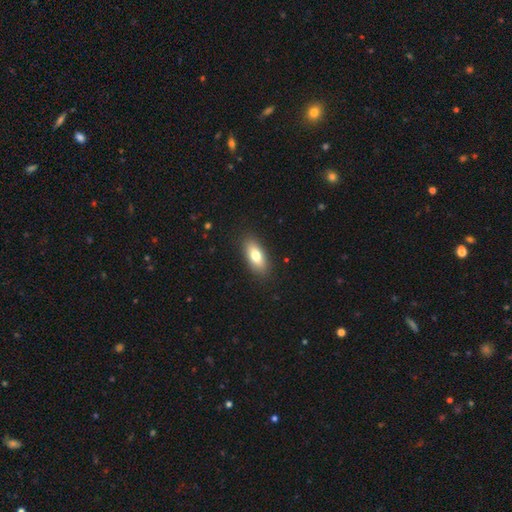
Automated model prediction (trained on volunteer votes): This appears to be a smooth galaxy with no disk features (76%) that is in between round and cigar-shaped (82%). Merging: none (88%).